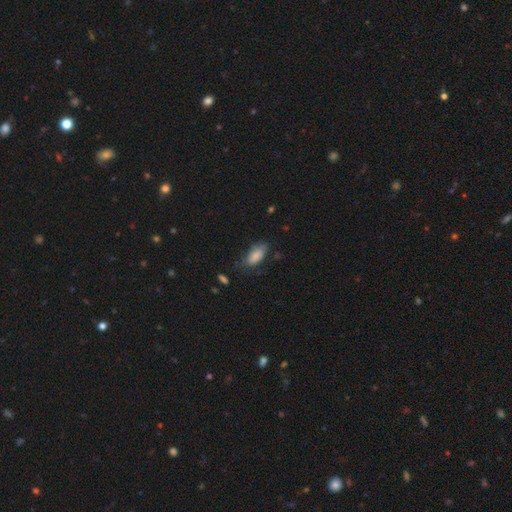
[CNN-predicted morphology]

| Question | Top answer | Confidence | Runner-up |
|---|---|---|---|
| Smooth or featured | smooth | 82% | featured or disk (11%) |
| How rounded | in between | 89% | cigar-shaped (8%) |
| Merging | none | 57% | minor disturbance (31%) |